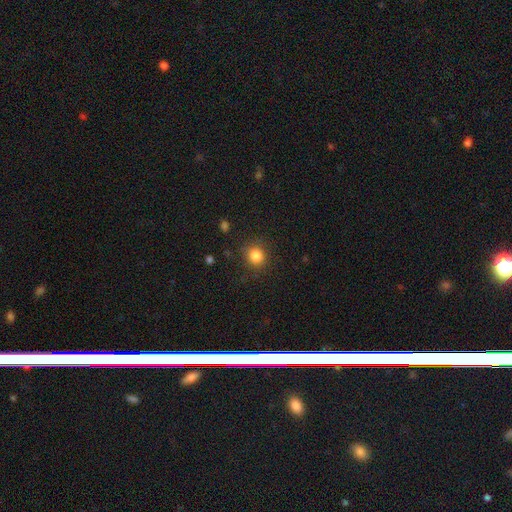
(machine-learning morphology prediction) type=smooth (84%); roundness=round (86%); merging=none (83%).